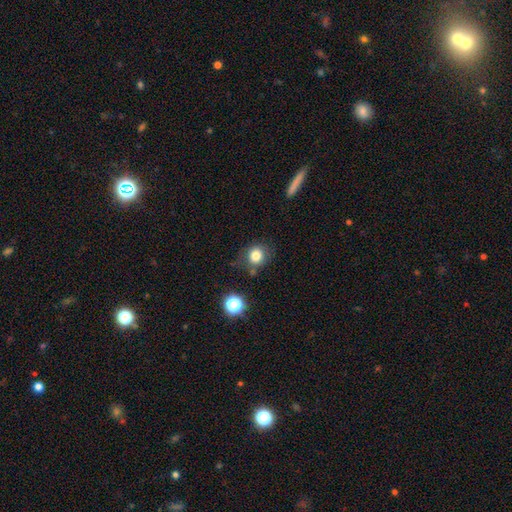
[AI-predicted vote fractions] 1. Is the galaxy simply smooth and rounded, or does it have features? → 79% smooth, 12% star or artifact, 8% featured or disk.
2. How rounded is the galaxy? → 79% round, 20% in between, 1% cigar-shaped.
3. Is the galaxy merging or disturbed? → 70% none, 17% minor disturbance, 6% merger, 6% major disturbance.